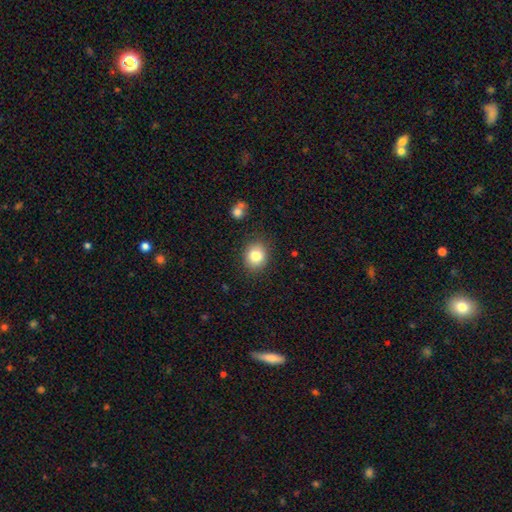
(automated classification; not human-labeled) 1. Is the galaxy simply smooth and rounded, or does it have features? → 82% smooth, 10% star or artifact, 8% featured or disk.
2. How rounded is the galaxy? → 68% round, 31% in between, 1% cigar-shaped.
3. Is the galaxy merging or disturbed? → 86% none, 9% minor disturbance, 3% major disturbance, 2% merger.